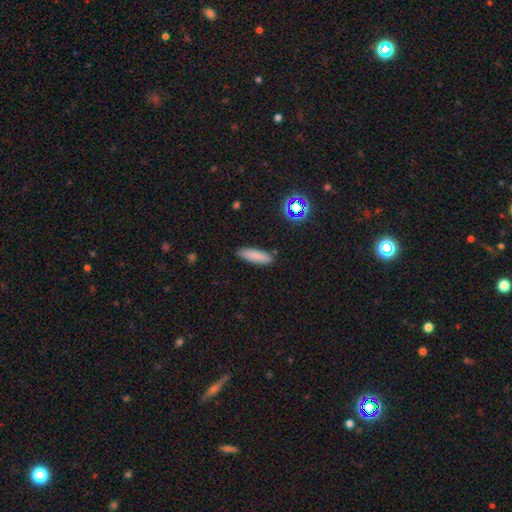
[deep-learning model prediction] Smooth or featured? Predicted: smooth (p=0.83). How rounded? Predicted: cigar-shaped (p=0.64). Merging? Predicted: none (p=0.87).